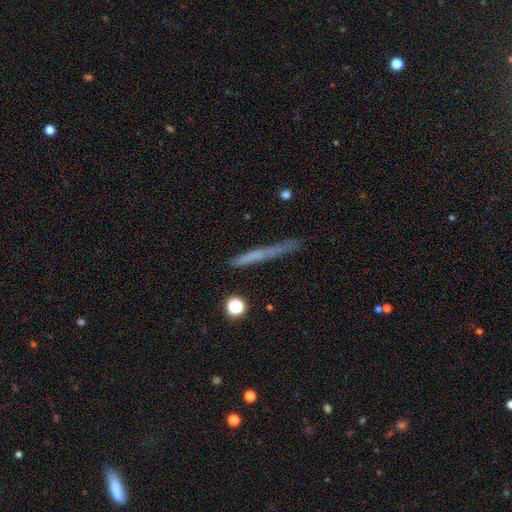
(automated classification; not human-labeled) A smooth galaxy with no disk features (53%) that is cigar-shaped (95%). Merging: none (78%).